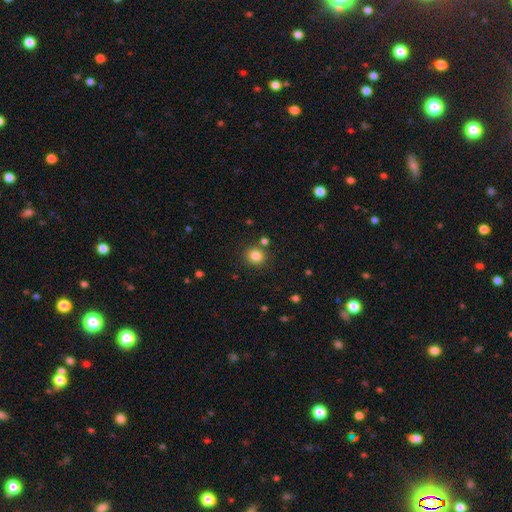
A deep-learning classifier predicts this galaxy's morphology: This appears to be a smooth galaxy with no disk features (83%) that is round (86%). Merging: none (85%).